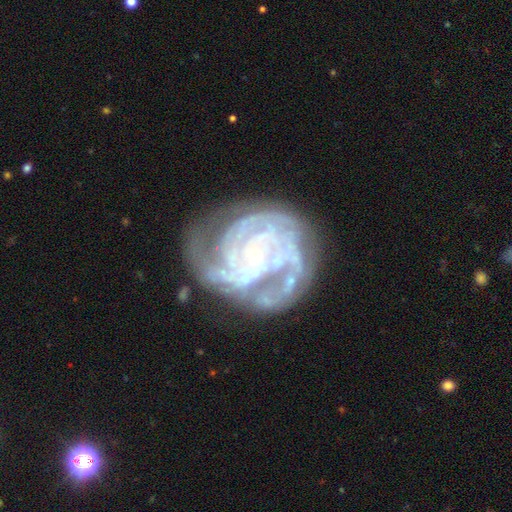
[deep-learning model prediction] featured or disk 87%, star or artifact 7%, smooth 6%. Down the decision tree: edge-on disk — no (98%); bar — no (73%); spiral arms — yes (95%); spiral arm count — can't tell (25%); spiral winding — tight (66%); bulge size — small (87%); merging — none (58%).